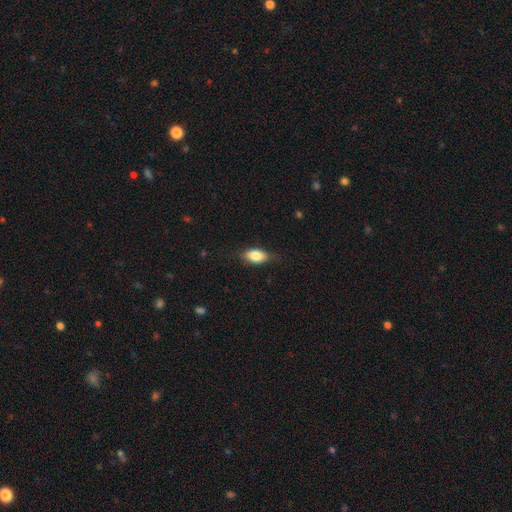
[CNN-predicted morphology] This appears to be a smooth galaxy with no disk features (76%) that is in between round and cigar-shaped (85%). Merging: none (73%).